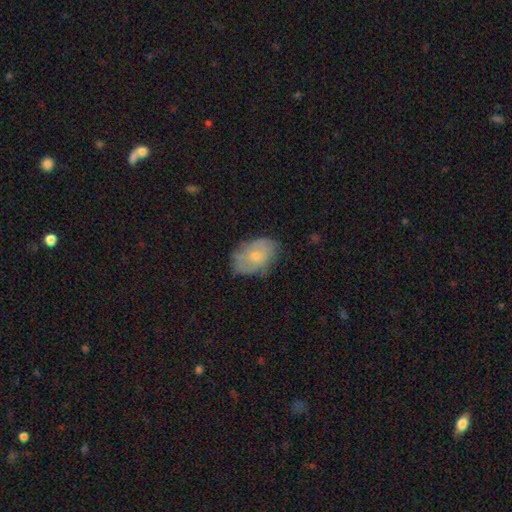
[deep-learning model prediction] This is possibly a smooth galaxy (53%). How rounded: clearly in between (81%). Merging: likely none (61%).